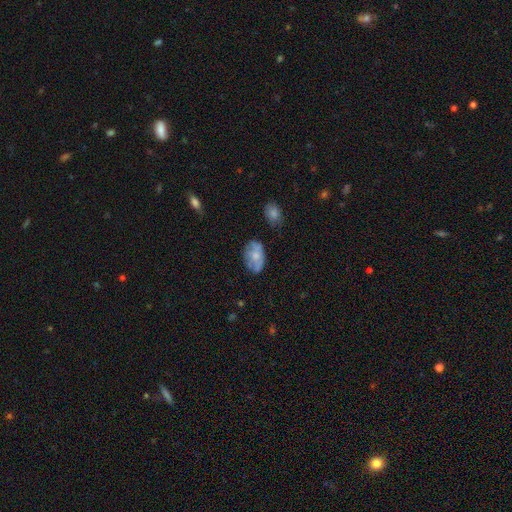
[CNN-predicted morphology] A smooth galaxy with no disk features (54%) that is in between round and cigar-shaped (86%). Merging: none (59%).